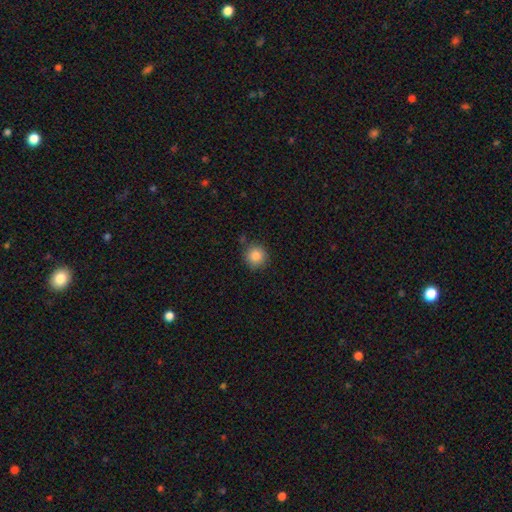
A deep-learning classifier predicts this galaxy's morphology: The model was most divided on "merging": none: 84%, minor disturbance: 10%, merger: 3%, major disturbance: 3%. More confident: how rounded — round (92%); smooth or featured — smooth (85%).